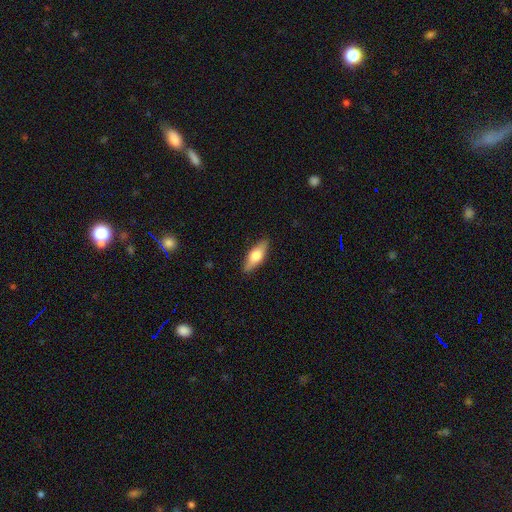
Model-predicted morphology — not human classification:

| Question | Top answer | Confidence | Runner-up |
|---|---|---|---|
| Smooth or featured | smooth | 59% | featured or disk (35%) |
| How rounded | in between | 64% | cigar-shaped (33%) |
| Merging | none | 88% | minor disturbance (9%) |